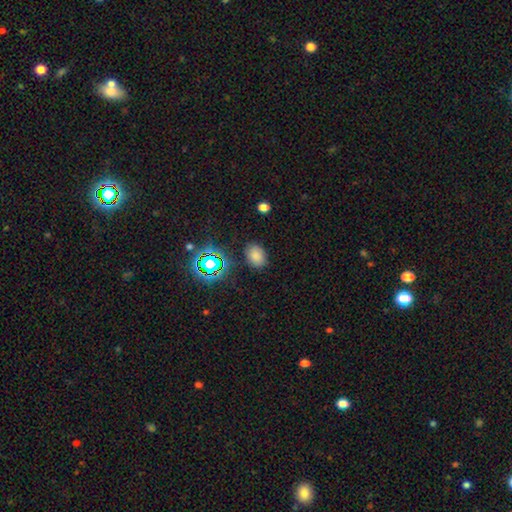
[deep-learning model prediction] Smooth or featured: smooth — 75% (star or artifact — 19%)
How rounded: in between — 73% (round — 26%)
Merging: none — 83% (minor disturbance — 12%)